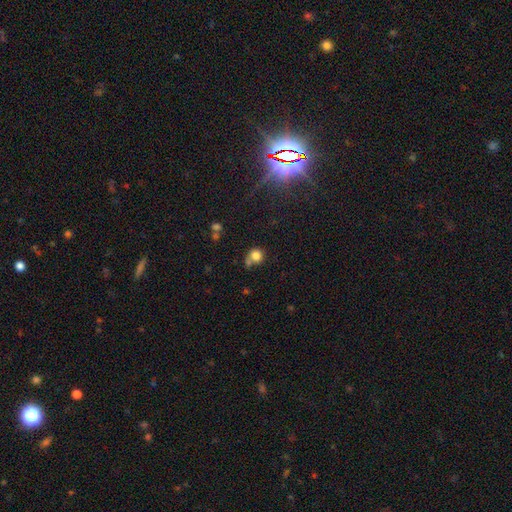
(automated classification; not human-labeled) This appears to be a smooth galaxy with no disk features (81%) that is round (85%). Merging: none (55%).